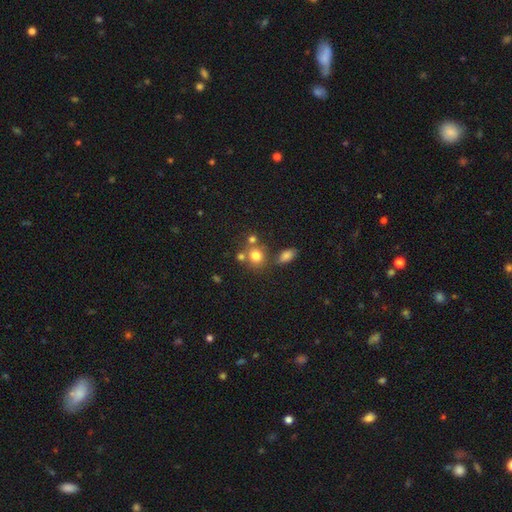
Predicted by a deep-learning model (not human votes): Smooth or featured? Predicted: smooth (p=0.76). How rounded? Predicted: round (p=0.77). Merging? Predicted: none (p=0.57).